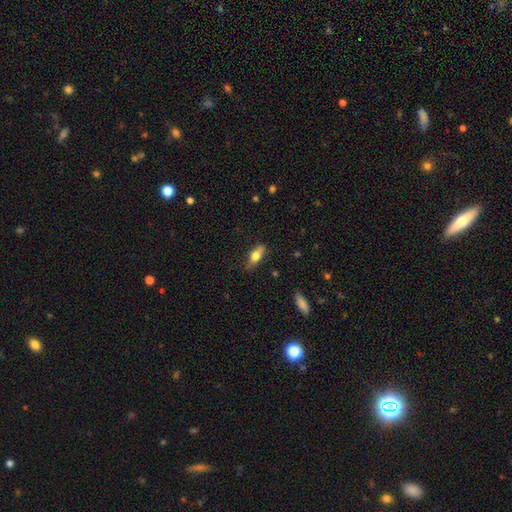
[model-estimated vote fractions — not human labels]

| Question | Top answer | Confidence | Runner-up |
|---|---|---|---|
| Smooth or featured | smooth | 67% | featured or disk (26%) |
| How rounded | in between | 69% | cigar-shaped (28%) |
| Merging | none | 78% | minor disturbance (17%) |